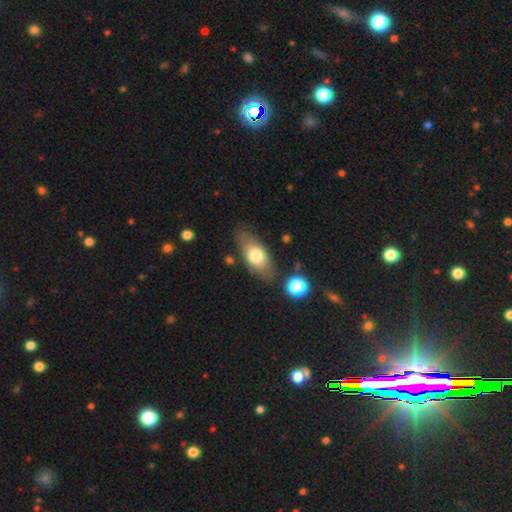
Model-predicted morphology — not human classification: Smooth or featured: smooth — 69% (featured or disk — 24%)
How rounded: in between — 81% (cigar-shaped — 14%)
Merging: none — 76% (minor disturbance — 15%)